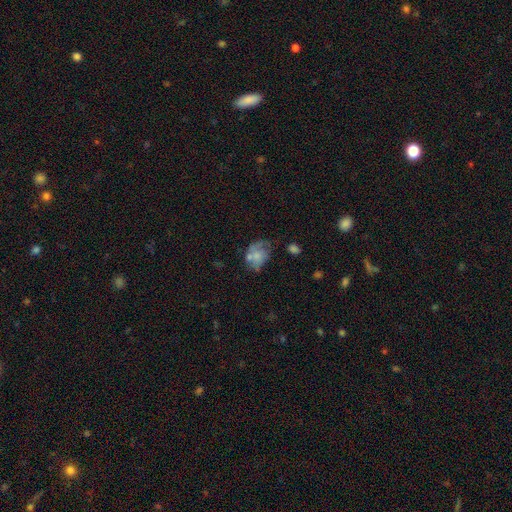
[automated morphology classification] smooth-or-featured: smooth: 52% | featured or disk: 38% | star or artifact: 10%
  how-rounded: in between: 65% | round: 34% | cigar-shaped: 1%
  merging: none: 31% | minor disturbance: 27% | major disturbance: 27% | merger: 15%